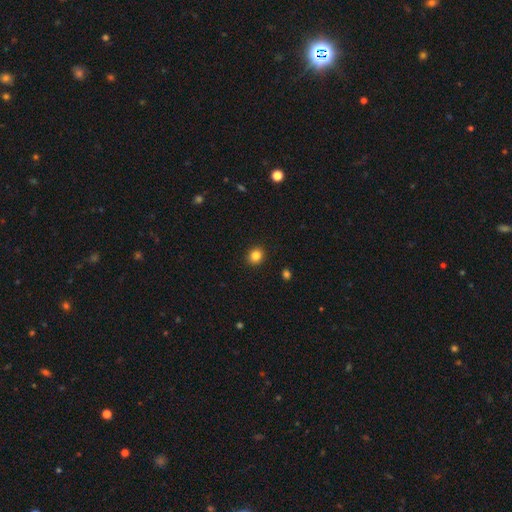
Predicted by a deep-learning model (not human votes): Smooth or featured? Predicted: smooth (p=0.84). How rounded? Predicted: round (p=0.73). Merging? Predicted: none (p=0.92).